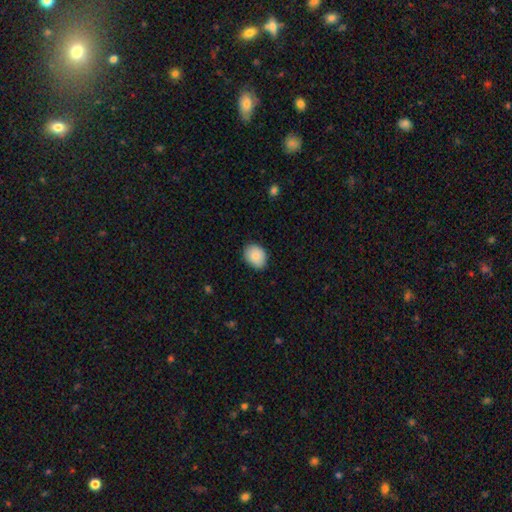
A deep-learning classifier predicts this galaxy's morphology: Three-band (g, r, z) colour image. It shows a smooth galaxy with no disk features (88%) that is in between round and cigar-shaped (56%). Merging: none (82%).